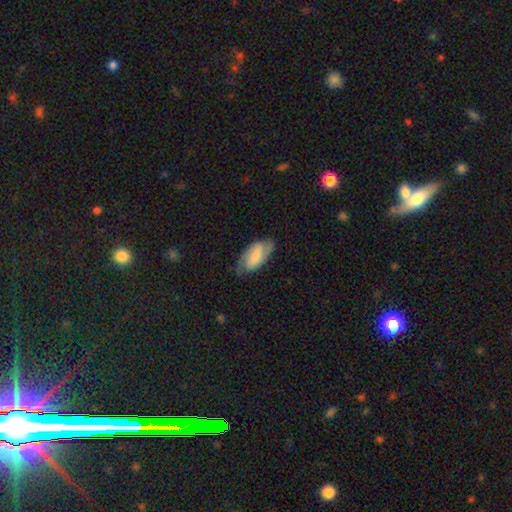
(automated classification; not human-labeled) smooth_or_featured: smooth (p=0.47) [alt: featured or disk p=0.46]
merging: none (p=0.70) [alt: minor disturbance p=0.23]